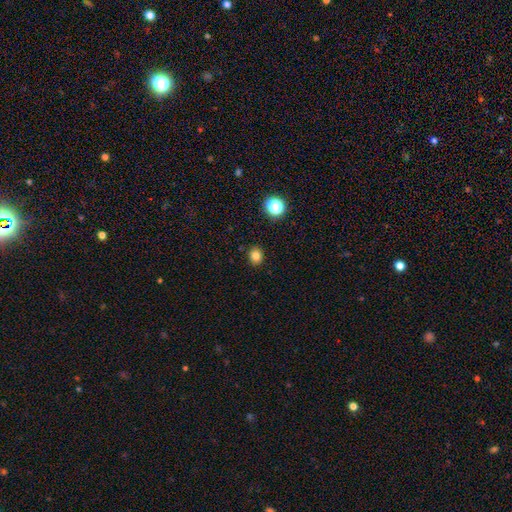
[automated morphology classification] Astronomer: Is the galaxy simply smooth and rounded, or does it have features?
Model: smooth — 81%.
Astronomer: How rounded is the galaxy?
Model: round — 61% (runner-up: in between, 38%).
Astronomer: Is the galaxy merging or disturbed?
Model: none — 89%.